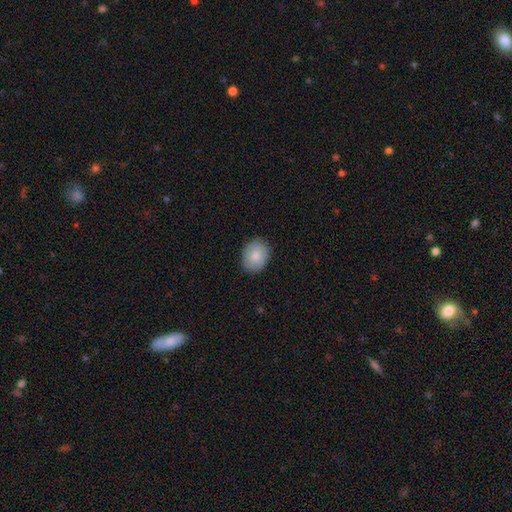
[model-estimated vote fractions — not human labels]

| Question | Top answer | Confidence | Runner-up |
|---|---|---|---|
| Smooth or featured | smooth | 83% | featured or disk (10%) |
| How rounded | round | 51% | in between (48%) |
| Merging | none | 87% | minor disturbance (10%) |